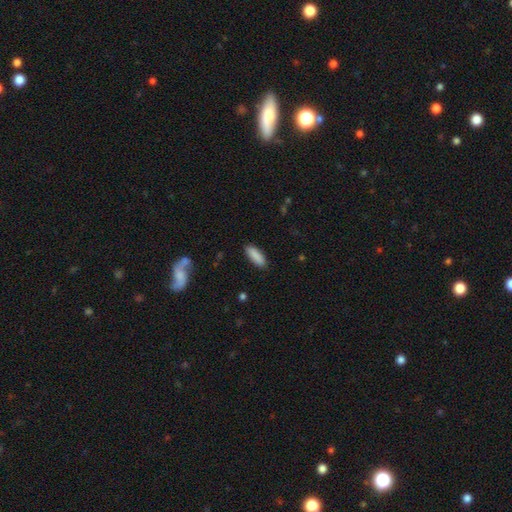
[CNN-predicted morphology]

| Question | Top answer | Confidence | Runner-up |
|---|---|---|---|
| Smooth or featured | smooth | 88% | star or artifact (6%) |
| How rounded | in between | 62% | cigar-shaped (37%) |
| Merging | none | 87% | minor disturbance (9%) |